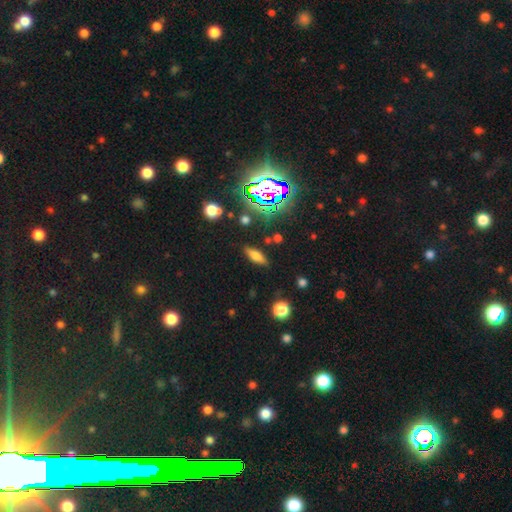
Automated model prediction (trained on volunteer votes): Smooth or featured?
  - smooth: 60% *
  - featured or disk: 21%
  - star or artifact: 18%
How rounded?
  - in between: 61% *
  - cigar-shaped: 34%
  - round: 6%
Merging?
  - none: 82% *
  - minor disturbance: 11%
  - major disturbance: 4%
  - merger: 3%